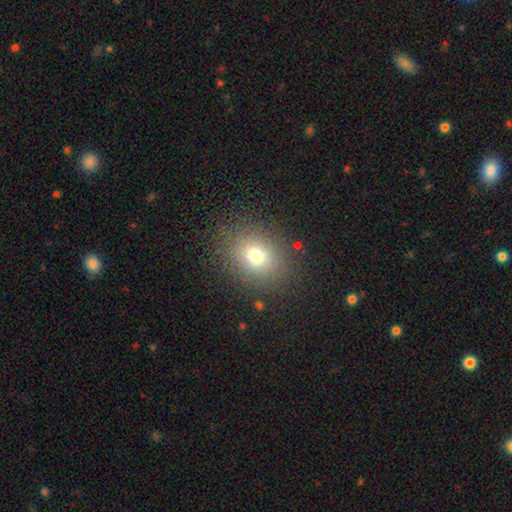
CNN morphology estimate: Smooth or featured?
  - smooth: 72% *
  - star or artifact: 16%
  - featured or disk: 12%
How rounded?
  - round: 57% *
  - in between: 42%
  - cigar-shaped: 1%
Merging?
  - none: 84% *
  - minor disturbance: 10%
  - major disturbance: 5%
  - merger: 1%